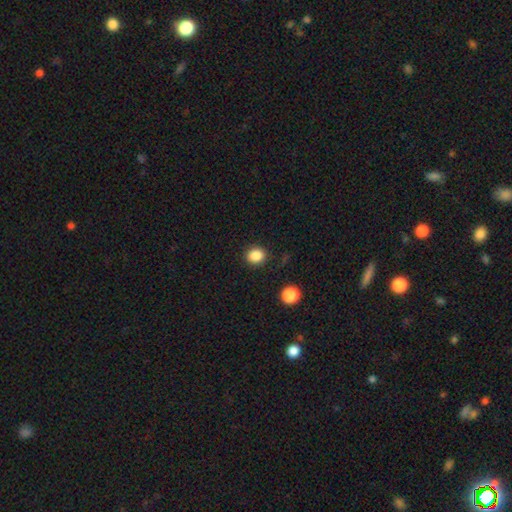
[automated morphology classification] The model was most divided on "how rounded": round: 68%, in between: 31%, cigar-shaped: 1%. More confident: merging — none (87%); smooth or featured — smooth (86%).